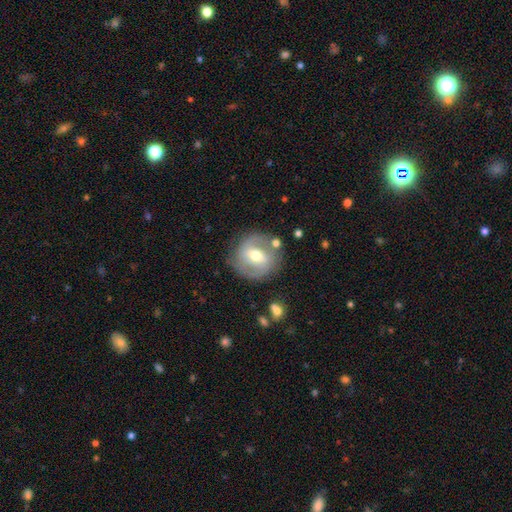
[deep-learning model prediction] Smooth or featured?
  - featured or disk: 69% *
  - smooth: 24%
  - star or artifact: 7%
Edge-on disk?
  - no: 96% *
  - yes: 4%
Bar?
  - weak: 47% *
  - strong: 32%
  - no: 21%
Spiral arms?
  - yes: 77% *
  - no: 23%
Spiral winding?
  - medium: 45% *
  - tight: 35%
  - loose: 19%
Spiral arm count?
  - 2: 81% *
  - can't tell: 11%
  - 3: 3%
  - 1: 3%
  - 4: 1%
  - more than 4: 1%
Bulge size?
  - moderate: 68% *
  - small: 25%
  - large: 5%
  - none: 1%
  - dominant: 1%
Merging?
  - none: 78% *
  - minor disturbance: 13%
  - major disturbance: 5%
  - merger: 4%